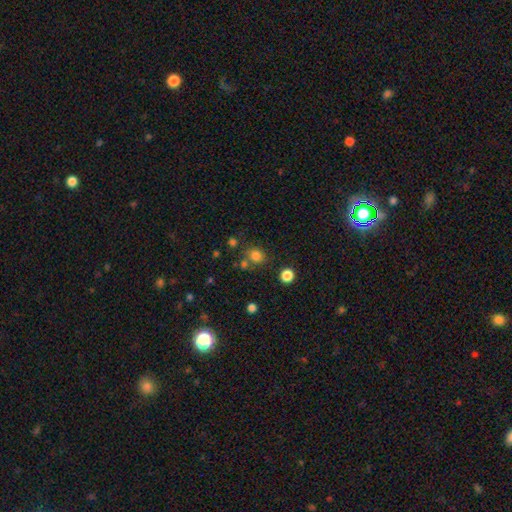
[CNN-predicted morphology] Q: Smooth or featured?
A: smooth (78%); runner-up: star or artifact (16%)
Q: How rounded?
A: round (79%); runner-up: in between (20%)
Q: Merging?
A: none (70%); runner-up: merger (14%)